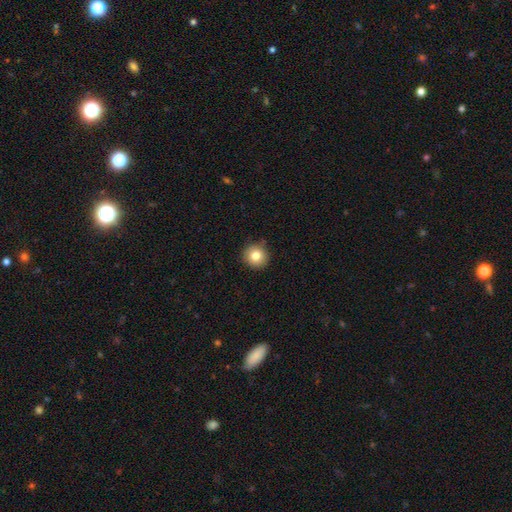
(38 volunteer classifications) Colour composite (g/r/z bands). It shows a smooth galaxy with no disk features (84%) that is round (88%). Merging: none (83%).